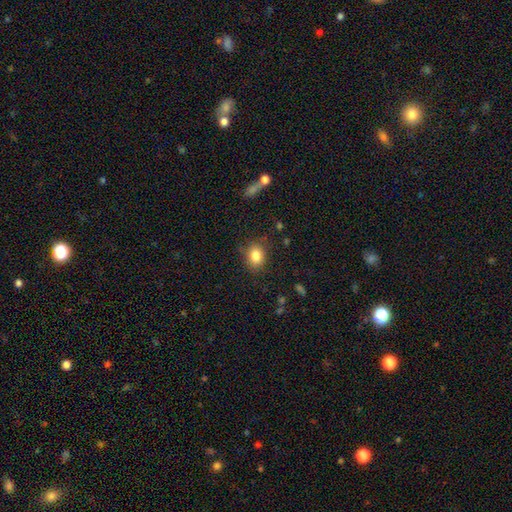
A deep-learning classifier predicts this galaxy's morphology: Q: Smooth or featured?
A: smooth (83%); runner-up: star or artifact (10%)
Q: How rounded?
A: in between (54%); runner-up: round (45%)
Q: Merging?
A: none (81%); runner-up: minor disturbance (14%)